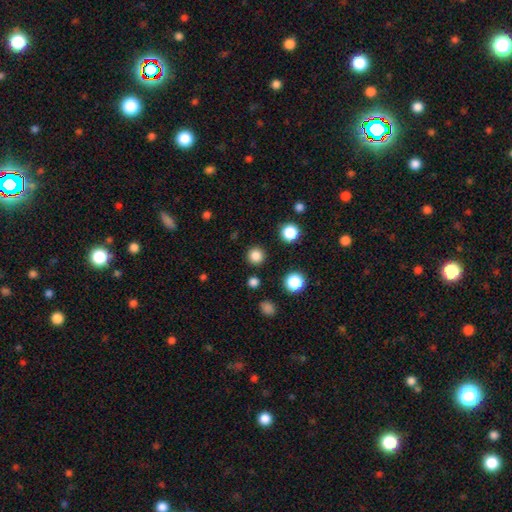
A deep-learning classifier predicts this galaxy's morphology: The model was most divided on "smooth or featured": smooth: 83%, star or artifact: 14%, featured or disk: 3%. More confident: how rounded — round (95%); merging — none (91%).